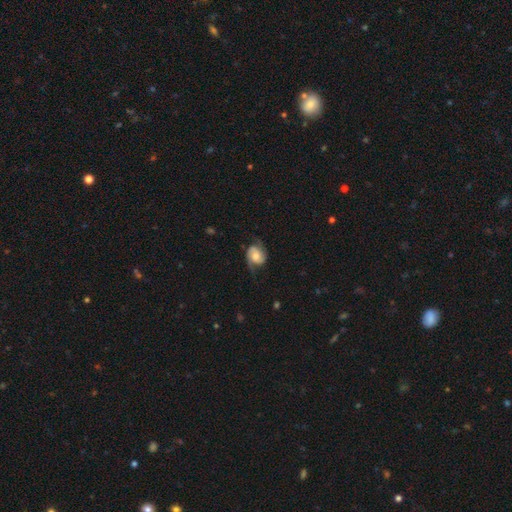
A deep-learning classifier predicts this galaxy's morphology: Smooth or featured?
  - featured or disk: 75% *
  - smooth: 19%
  - star or artifact: 7%
Edge-on disk?
  - no: 97% *
  - yes: 3%
Bar?
  - no: 64% *
  - weak: 29%
  - strong: 7%
Spiral arms?
  - yes: 95% *
  - no: 5%
Spiral winding?
  - medium: 44% *
  - loose: 32%
  - tight: 24%
Spiral arm count?
  - 2: 89% *
  - can't tell: 4%
  - 1: 3%
  - 3: 2%
  - 4: 1%
  - more than 4: 1%
Bulge size?
  - moderate: 46% *
  - small: 23%
  - large: 19%
  - none: 9%
  - dominant: 4%
Merging?
  - none: 67% *
  - minor disturbance: 21%
  - major disturbance: 11%
  - merger: 1%